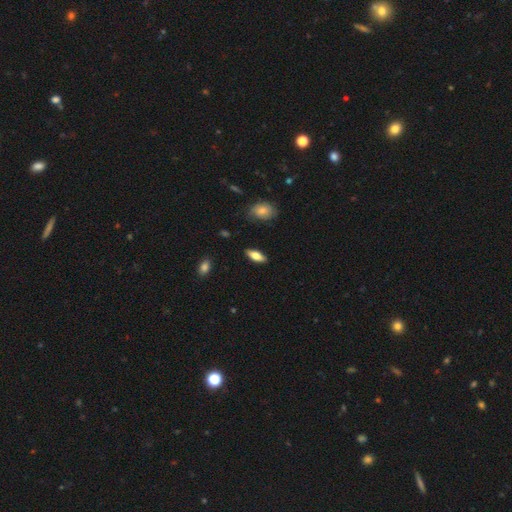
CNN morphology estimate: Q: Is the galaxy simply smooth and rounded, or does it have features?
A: smooth — 72%.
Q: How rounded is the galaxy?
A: in between — 73%.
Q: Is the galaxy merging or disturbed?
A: none — 87%.